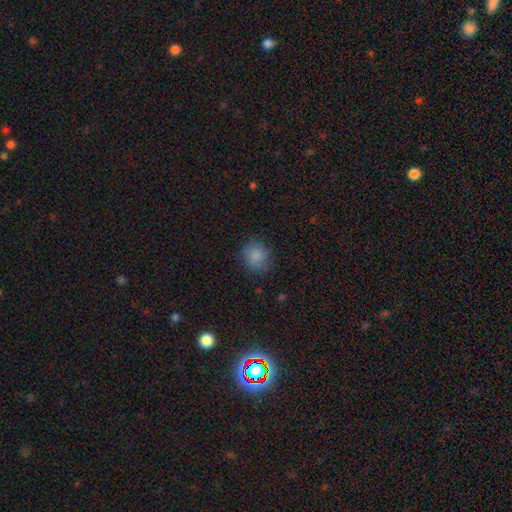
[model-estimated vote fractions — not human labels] Q: Smooth or featured?
A: smooth (85%); runner-up: star or artifact (10%)
Q: How rounded?
A: round (76%); runner-up: in between (23%)
Q: Merging?
A: none (79%); runner-up: minor disturbance (15%)